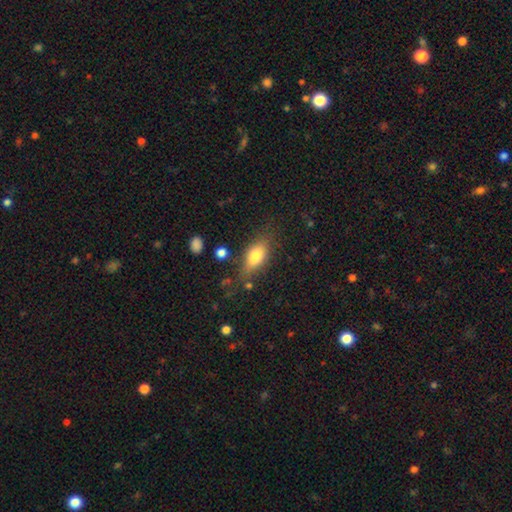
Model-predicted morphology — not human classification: Overall: smooth (74%). How rounded: in between (78%). Merging: none (66%).